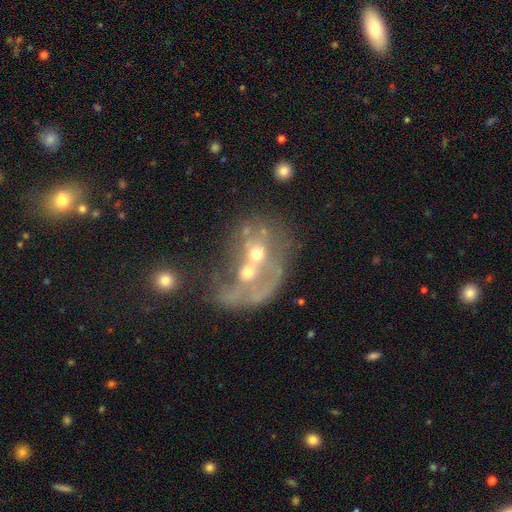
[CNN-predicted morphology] type=featured or disk (55%); edge-on=no (96%); bar=no (86%); spiral arms=no (77%); bulge=moderate (53%); merging=merger (62%).